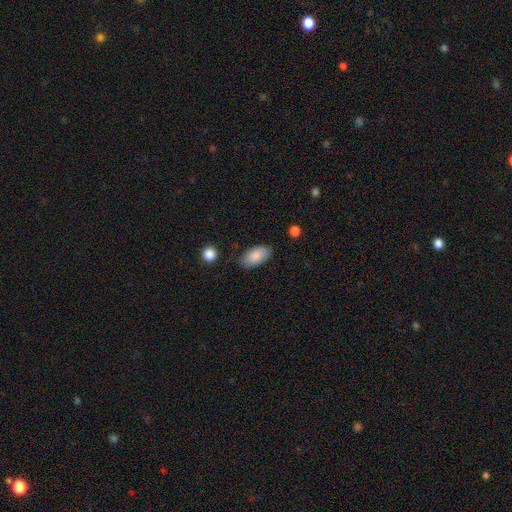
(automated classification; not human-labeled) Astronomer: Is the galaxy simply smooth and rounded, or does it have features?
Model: smooth — 86%.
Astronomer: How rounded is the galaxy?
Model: in between — 93%.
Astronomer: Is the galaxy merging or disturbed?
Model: none — 81%.